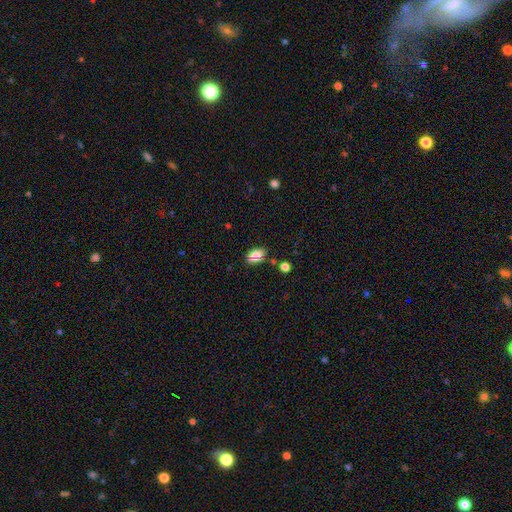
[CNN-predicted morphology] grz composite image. It shows a smooth galaxy with no disk features (80%) that is in between round and cigar-shaped (88%). Merging: none (74%).